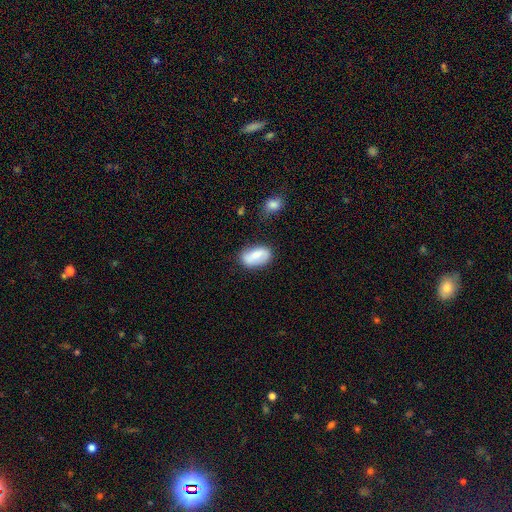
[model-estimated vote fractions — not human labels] Smooth or featured: smooth — 70% (featured or disk — 24%)
How rounded: in between — 92% (round — 5%)
Merging: none — 74% (minor disturbance — 18%)